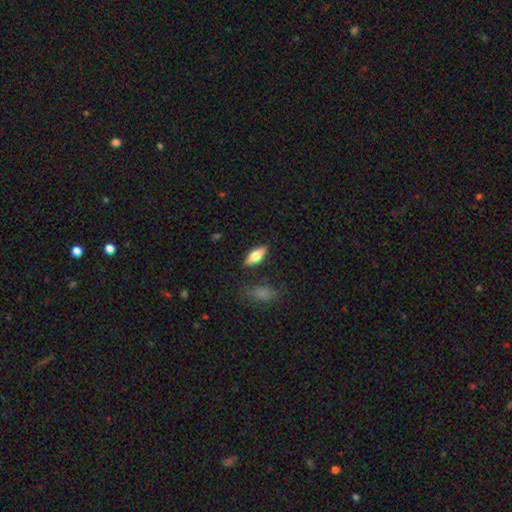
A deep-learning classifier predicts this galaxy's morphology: Smooth or featured: smooth — 55% (featured or disk — 37%)
How rounded: in between — 68% (cigar-shaped — 28%)
Merging: none — 84% (minor disturbance — 11%)